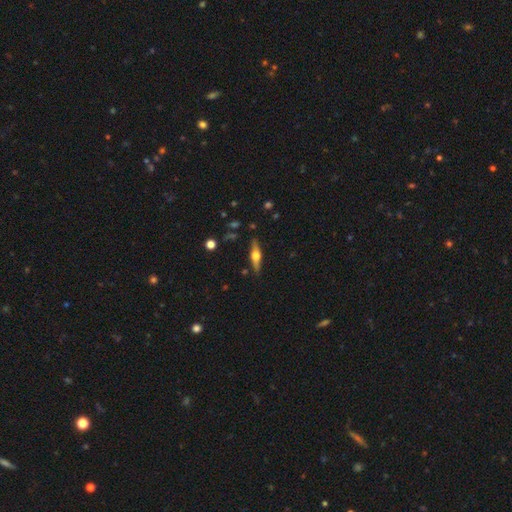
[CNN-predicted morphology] Smooth or featured? featured or disk (70%)
Edge-on disk? yes (96%)
Edge-on bulge? rounded (95%)
Merging? none (87%)